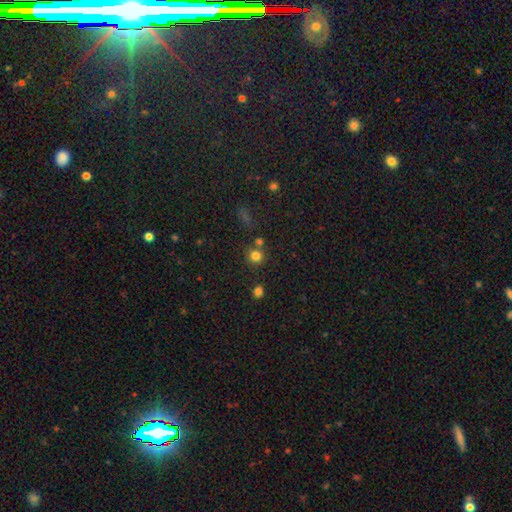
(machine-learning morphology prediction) This is likely a smooth galaxy (79%). How rounded: clearly round (91%). Merging: likely none (73%).